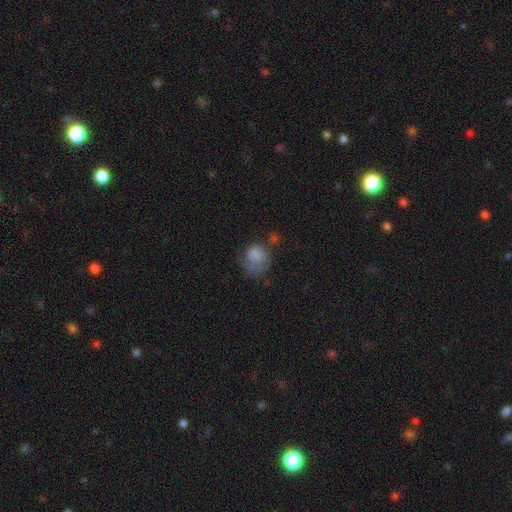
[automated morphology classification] type=smooth (74%); roundness=round (66%); merging=none (34%).